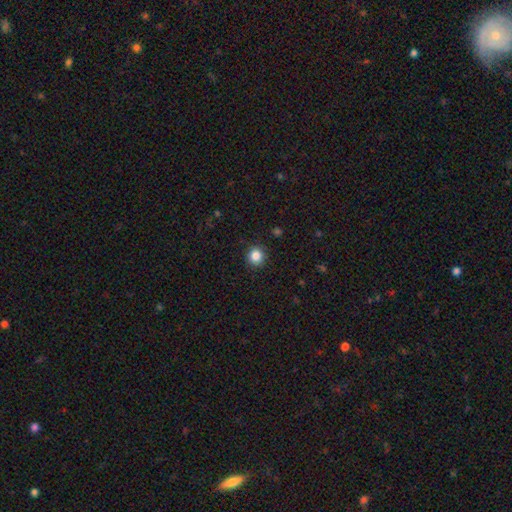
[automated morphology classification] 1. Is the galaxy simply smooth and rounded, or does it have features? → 85% smooth, 11% star or artifact, 4% featured or disk.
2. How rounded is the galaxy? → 93% round, 6% in between, 1% cigar-shaped.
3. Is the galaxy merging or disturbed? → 91% none, 6% minor disturbance, 2% major disturbance, 1% merger.